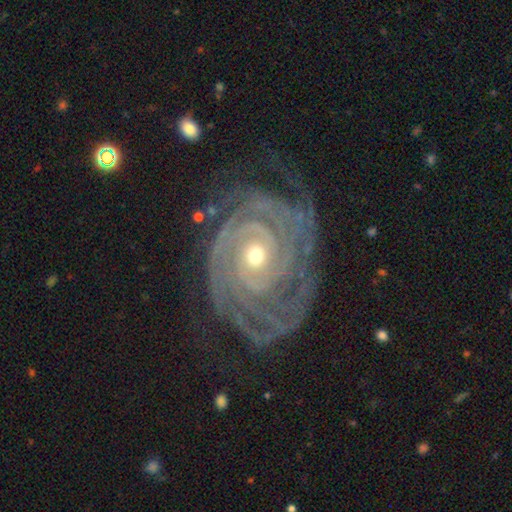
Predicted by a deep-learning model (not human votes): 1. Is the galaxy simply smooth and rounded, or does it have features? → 91% featured or disk, 5% star or artifact, 4% smooth.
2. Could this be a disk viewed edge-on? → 97% no, 3% yes.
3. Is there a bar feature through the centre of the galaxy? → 75% no, 16% weak, 9% strong.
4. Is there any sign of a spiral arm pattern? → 98% yes, 2% no.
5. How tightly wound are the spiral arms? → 81% tight, 16% medium, 3% loose.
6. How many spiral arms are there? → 22% 2, 18% can't tell, 18% 3, 17% 4, 16% more than 4, 9% 1.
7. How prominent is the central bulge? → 58% small, 38% moderate, 2% large, 1% dominant, 1% none.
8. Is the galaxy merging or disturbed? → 71% none, 16% minor disturbance, 11% major disturbance, 2% merger.